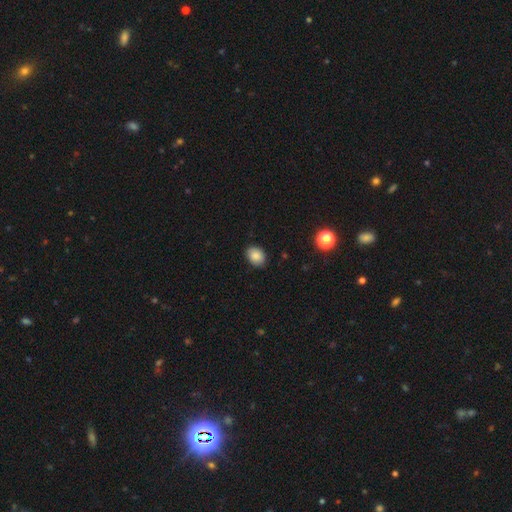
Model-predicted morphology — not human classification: A smooth galaxy with no disk features (86%) that is in between round and cigar-shaped (65%).

Vote fractions:
- Smooth or featured? smooth: 86% / star or artifact: 9% / featured or disk: 5%
- How rounded? in between: 65% / round: 34% / cigar-shaped: 1%
- Merging? none: 85% / minor disturbance: 11% / major disturbance: 2% / merger: 1%